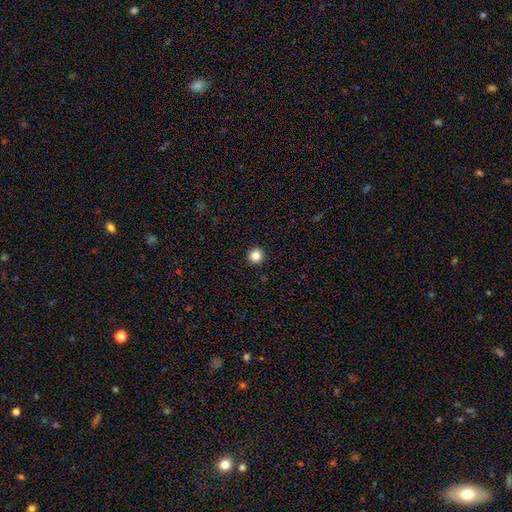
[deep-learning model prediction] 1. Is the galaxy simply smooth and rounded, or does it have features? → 85% smooth, 11% star or artifact, 4% featured or disk.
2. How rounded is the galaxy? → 96% round, 3% in between, 1% cigar-shaped.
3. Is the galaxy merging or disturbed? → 94% none, 4% minor disturbance, 1% major disturbance, 1% merger.